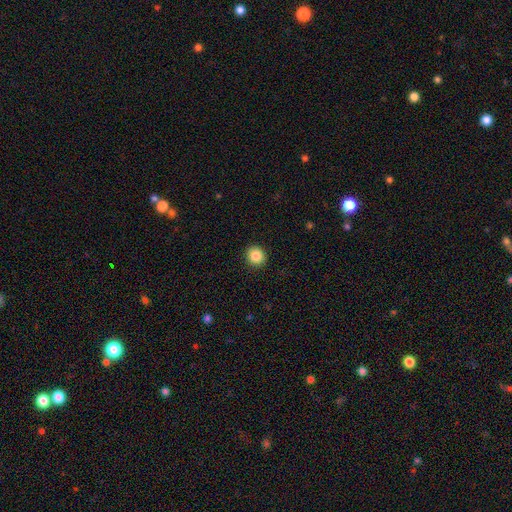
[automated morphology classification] smooth-or-featured: smooth: 87% | star or artifact: 9% | featured or disk: 3%
  how-rounded: round: 89% | in between: 10% | cigar-shaped: 1%
  merging: none: 92% | minor disturbance: 5% | major disturbance: 2% | merger: 1%